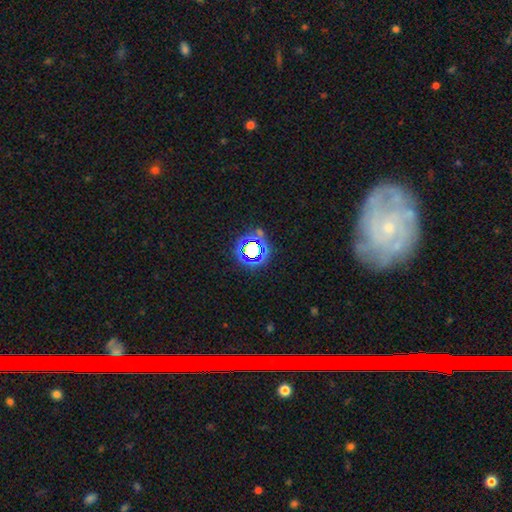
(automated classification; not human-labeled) A star or artifact, not a galaxy (62%).

Vote fractions:
- Smooth or featured? star or artifact: 62% / smooth: 26% / featured or disk: 13%